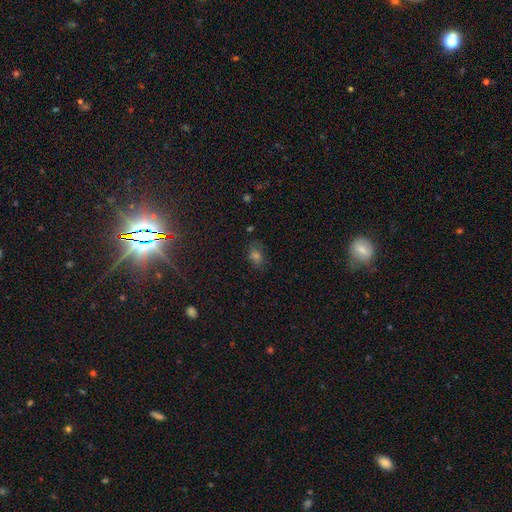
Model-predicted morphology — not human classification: A smooth galaxy with no disk features (46%). Merging: none (74%).